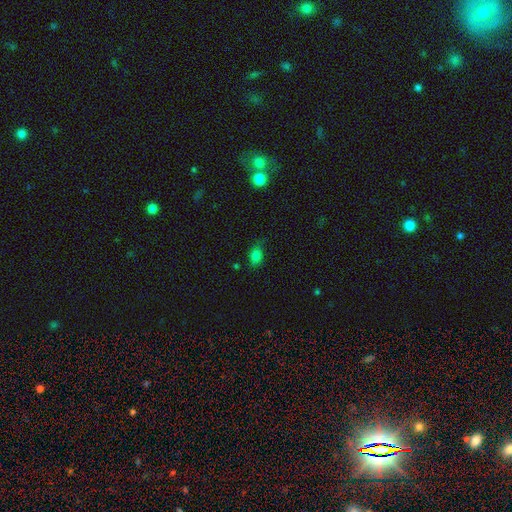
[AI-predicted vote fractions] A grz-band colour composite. It shows a smooth galaxy with no disk features (79%) that is in between round and cigar-shaped (72%). Merging: none (67%).